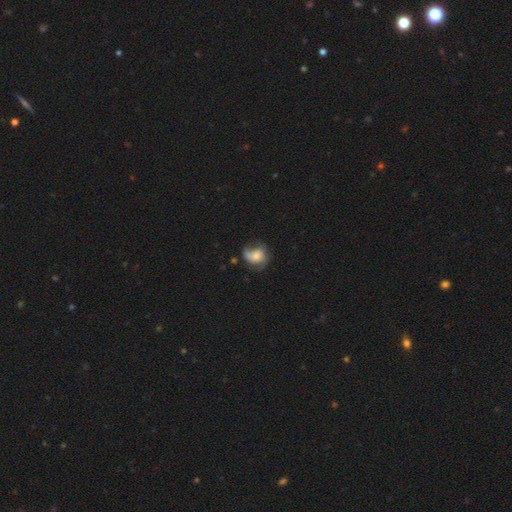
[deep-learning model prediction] Smooth or featured? featured or disk (52%)
Edge-on disk? no (97%)
Bar? no (74%)
Spiral arms? yes (80%)
Bulge size? moderate (46%)
Merging? none (45%)